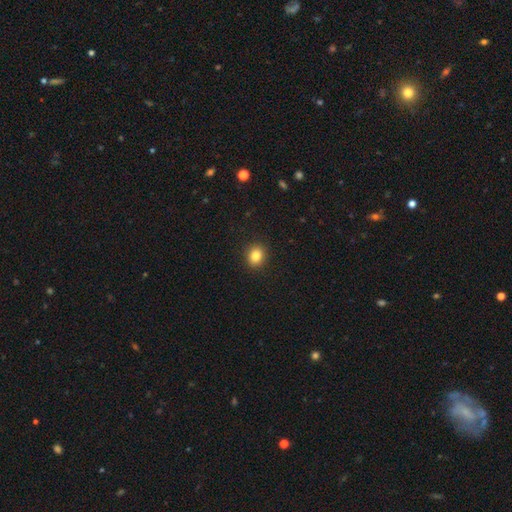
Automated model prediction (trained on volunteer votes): This appears to be a smooth galaxy with no disk features (84%) that is round (64%). Merging: none (91%).